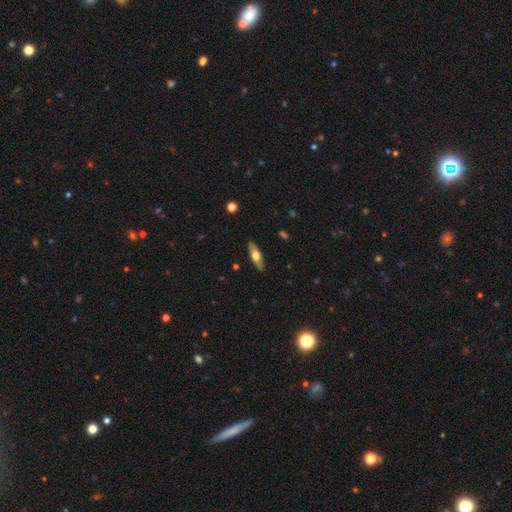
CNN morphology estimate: featured or disk 49%, smooth 45%, star or artifact 6%. Down the decision tree: merging — none (89%).